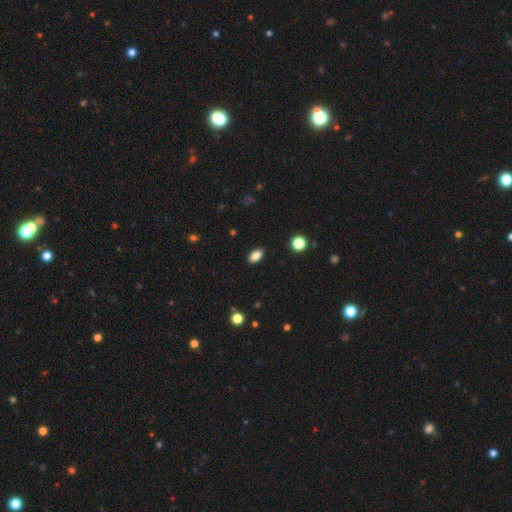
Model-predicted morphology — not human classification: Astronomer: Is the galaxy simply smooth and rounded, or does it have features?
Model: smooth — 85%.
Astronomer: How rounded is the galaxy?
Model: in between — 90%.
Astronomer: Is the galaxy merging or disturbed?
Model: none — 89%.